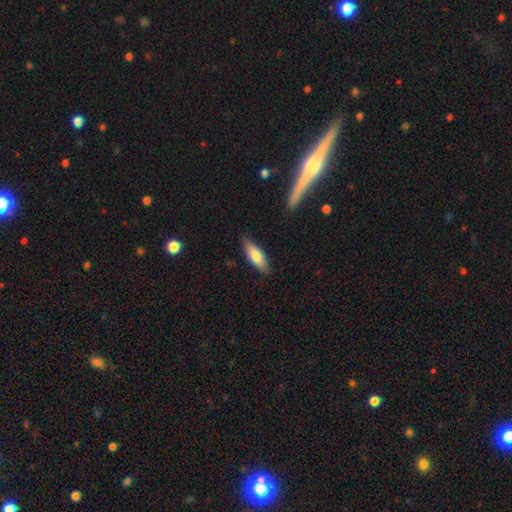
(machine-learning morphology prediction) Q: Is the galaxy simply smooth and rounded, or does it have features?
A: smooth — 76%.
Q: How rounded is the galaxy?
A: in between — 61%.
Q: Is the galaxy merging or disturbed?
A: none — 84%.